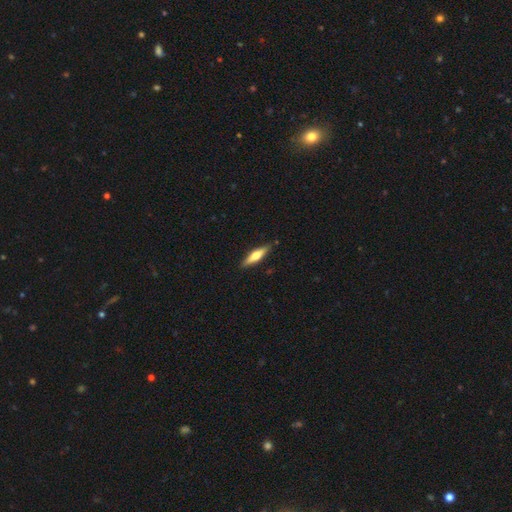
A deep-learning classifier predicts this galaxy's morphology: A featured or disk galaxy (50%). Merging: none (88%).